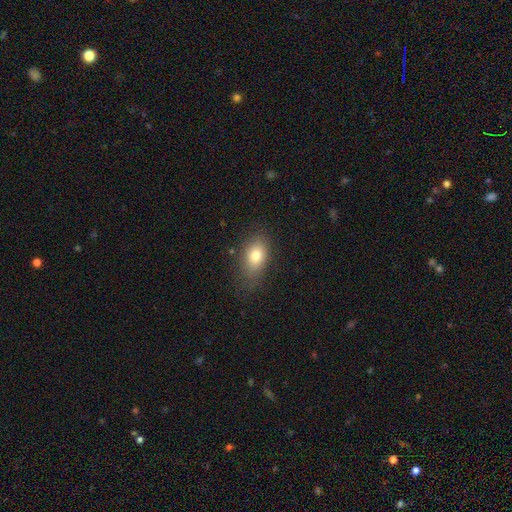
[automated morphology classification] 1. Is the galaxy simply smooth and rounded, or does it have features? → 78% smooth, 12% featured or disk, 10% star or artifact.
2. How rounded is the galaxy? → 84% in between, 14% round, 2% cigar-shaped.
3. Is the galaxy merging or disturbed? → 75% none, 17% minor disturbance, 6% major disturbance, 1% merger.